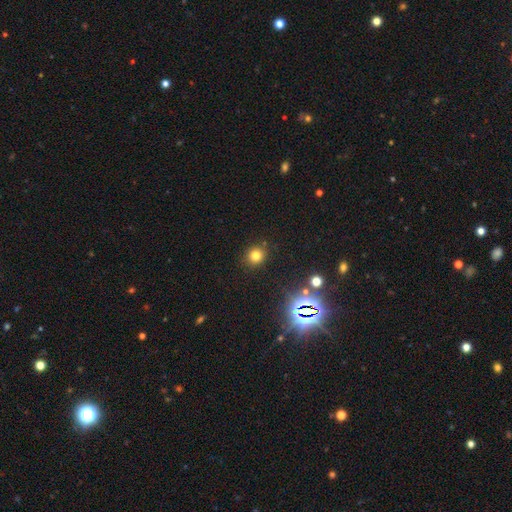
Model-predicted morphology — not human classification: Smooth or featured?
  - smooth: 74% *
  - star or artifact: 19%
  - featured or disk: 7%
How rounded?
  - round: 86% *
  - in between: 13%
  - cigar-shaped: 1%
Merging?
  - none: 87% *
  - minor disturbance: 8%
  - major disturbance: 3%
  - merger: 3%